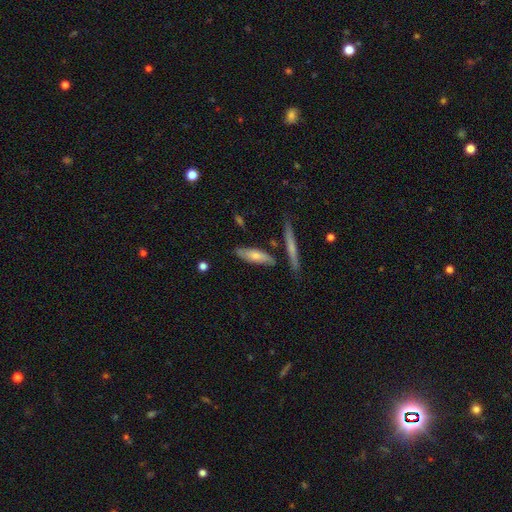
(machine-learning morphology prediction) smooth-or-featured: smooth: 62% | featured or disk: 33% | star or artifact: 6%
  how-rounded: cigar-shaped: 56% | in between: 42% | round: 2%
  merging: none: 73% | minor disturbance: 16% | merger: 7% | major disturbance: 4%